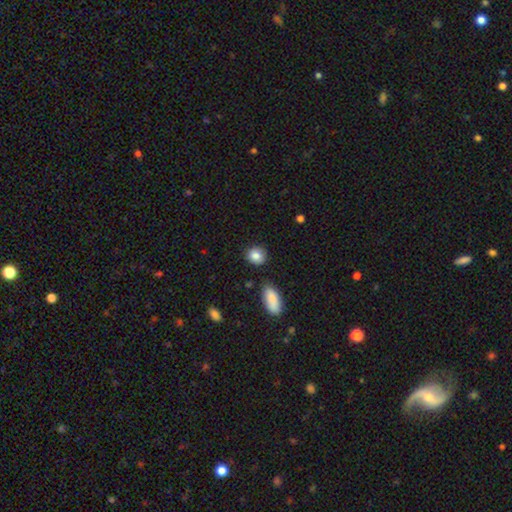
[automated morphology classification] A smooth galaxy with no disk features (86%) that is round (73%). Merging: none (83%).